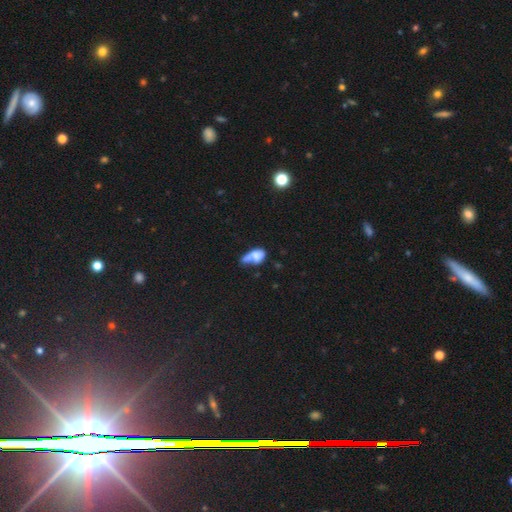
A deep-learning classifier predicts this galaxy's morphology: Smooth or featured: smooth — 68% (featured or disk — 20%)
How rounded: in between — 79% (round — 17%)
Merging: merger — 52% (none — 19%)